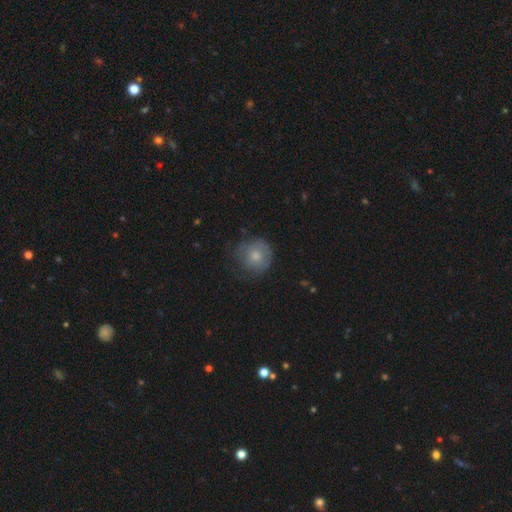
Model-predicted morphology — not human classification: Overall: smooth (69%). How rounded: round (90%). Merging: none (63%; minor disturbance 25%).